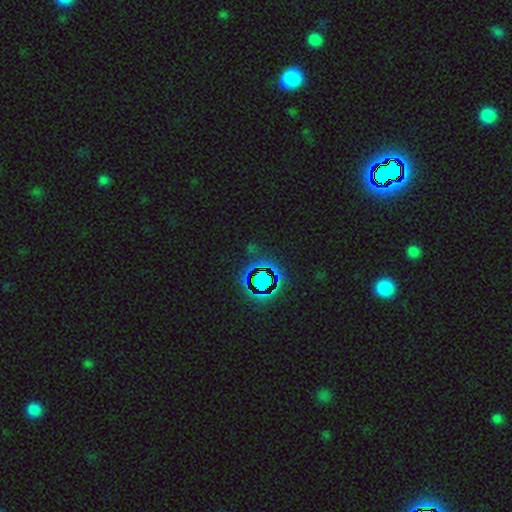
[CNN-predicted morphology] Smooth or featured? Predicted: star or artifact (p=0.76).